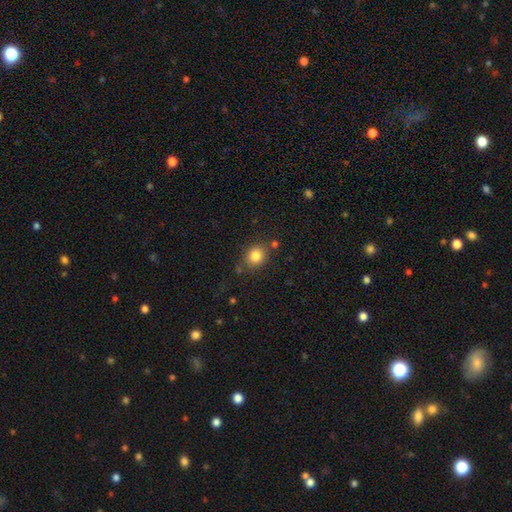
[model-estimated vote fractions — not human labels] The model was most divided on "how rounded": round: 77%, in between: 22%, cigar-shaped: 1%. More confident: smooth or featured — smooth (83%); merging — none (77%).